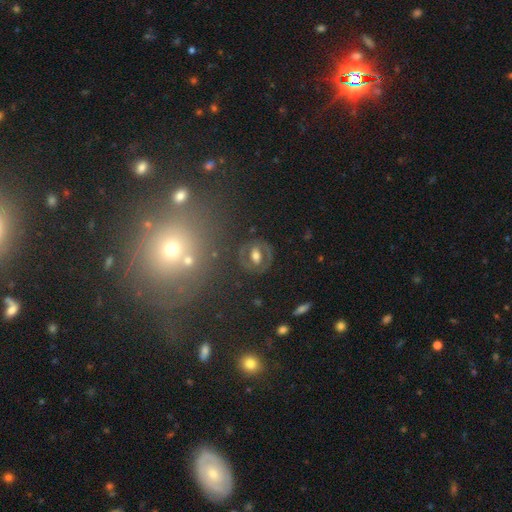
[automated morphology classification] featured or disk 56%, smooth 32%, star or artifact 12%. Down the decision tree: edge-on disk — no (93%); bar — no (37%); spiral arms — no (61%); bulge size — moderate (67%); merging — none (81%).